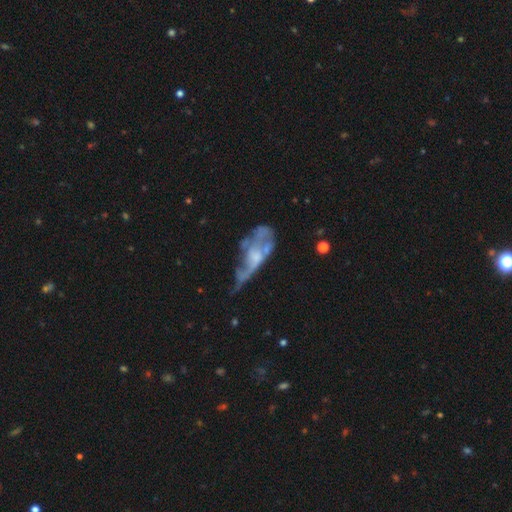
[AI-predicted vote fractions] A featured or disk galaxy (65%) with no bar (77%), no spiral arms (58%) and a moderate central bulge (34%). Merging: major disturbance (39%).